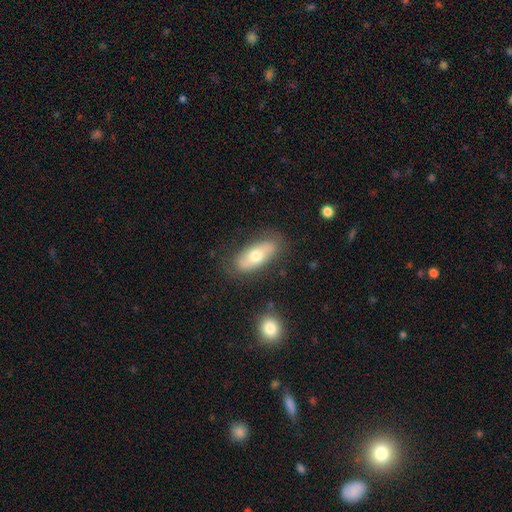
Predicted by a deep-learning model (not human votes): Smooth or featured?
  - smooth: 59% *
  - featured or disk: 34%
  - star or artifact: 6%
How rounded?
  - in between: 79% *
  - cigar-shaped: 18%
  - round: 3%
Merging?
  - none: 78% *
  - minor disturbance: 15%
  - major disturbance: 4%
  - merger: 3%